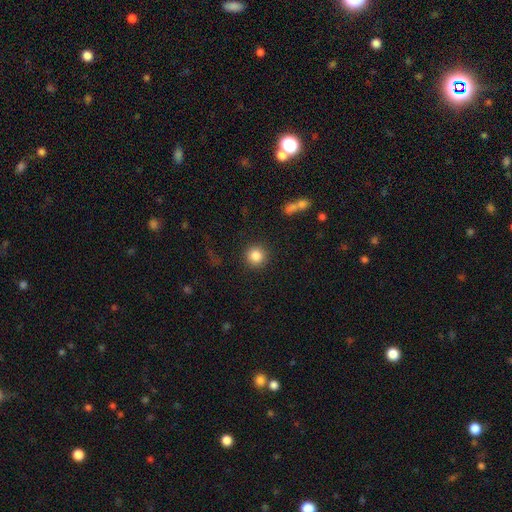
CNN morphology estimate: type=smooth (85%); roundness=round (94%); merging=none (90%).